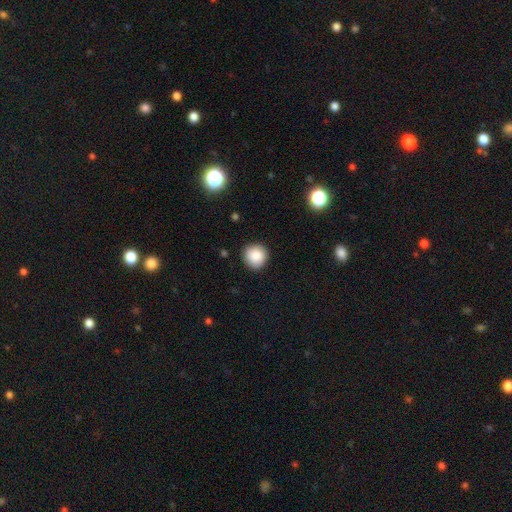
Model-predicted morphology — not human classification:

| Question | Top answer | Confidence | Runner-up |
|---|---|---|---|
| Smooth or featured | smooth | 86% | star or artifact (9%) |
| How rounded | round | 93% | in between (6%) |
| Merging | none | 88% | minor disturbance (8%) |